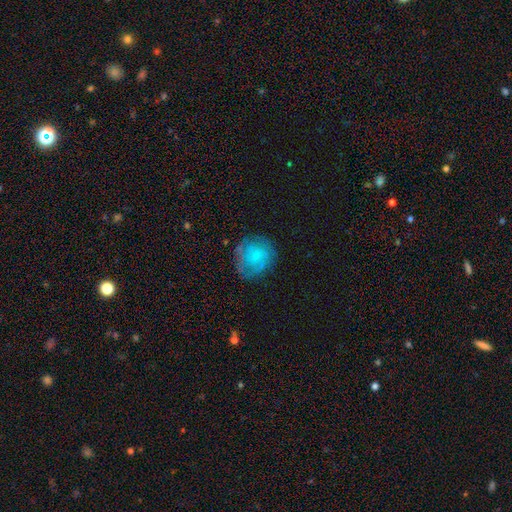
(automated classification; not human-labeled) Smooth or featured? Predicted: featured or disk (p=0.45, tied with smooth). Merging? Predicted: none (p=0.72).